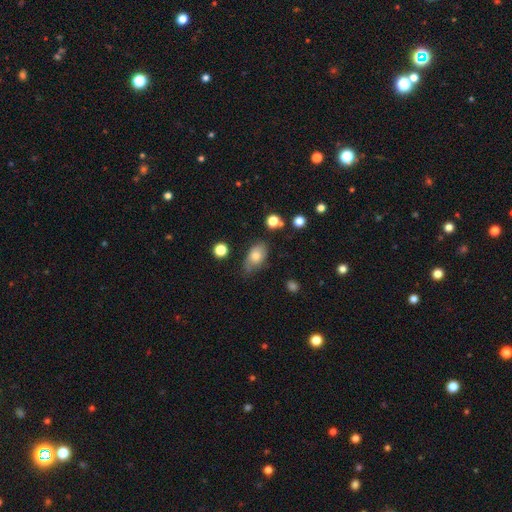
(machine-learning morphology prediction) Smooth or featured?
  - smooth: 72% *
  - featured or disk: 19%
  - star or artifact: 9%
How rounded?
  - in between: 88% *
  - round: 10%
  - cigar-shaped: 2%
Merging?
  - none: 61% *
  - minor disturbance: 29%
  - major disturbance: 7%
  - merger: 3%